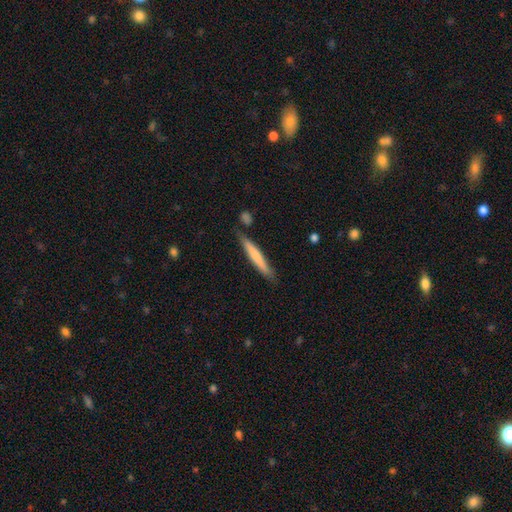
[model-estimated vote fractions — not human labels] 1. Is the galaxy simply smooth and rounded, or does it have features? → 65% smooth, 30% featured or disk, 5% star or artifact.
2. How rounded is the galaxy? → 95% cigar-shaped, 4% in between, 1% round.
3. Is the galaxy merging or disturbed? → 78% none, 15% minor disturbance, 4% merger, 3% major disturbance.